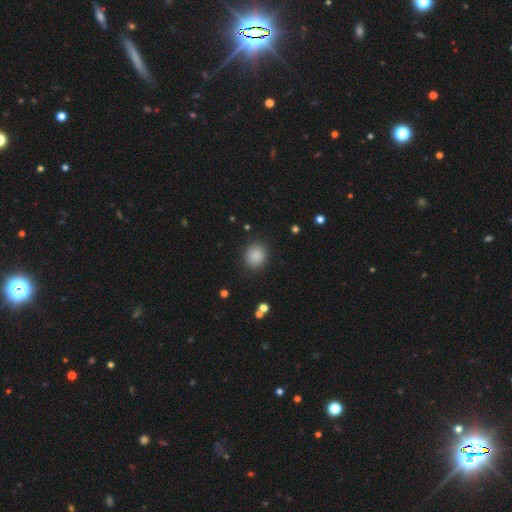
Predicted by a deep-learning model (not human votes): A smooth galaxy with no disk features (87%) that is round (70%). Merging: none (87%).